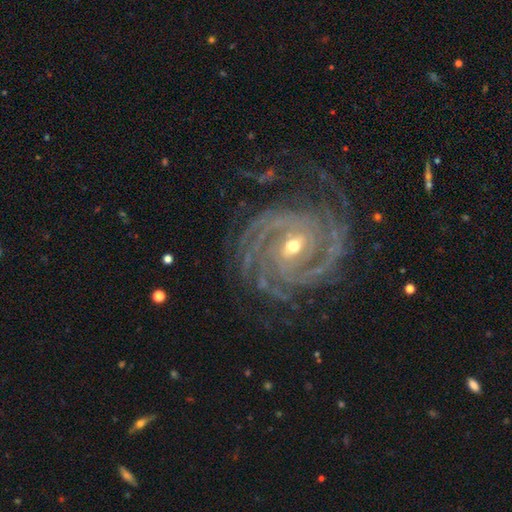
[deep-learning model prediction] A featured or disk galaxy (92%) with a weak bar (37%, tied with no), 3 (24%) tight (75%) spiral arms (99%) and a small central bulge (51%). Merging: none (74%).